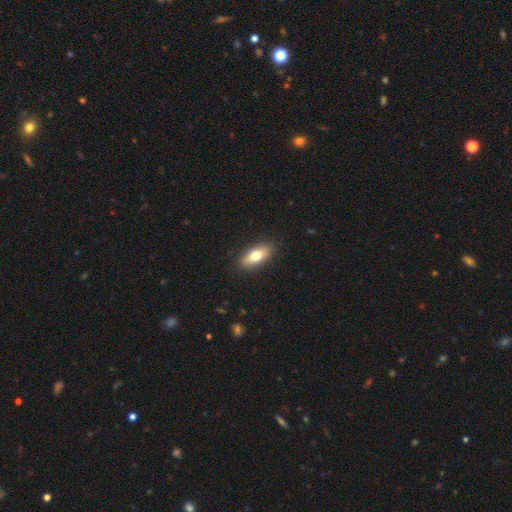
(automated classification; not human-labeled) This is likely a smooth galaxy (73%). How rounded: clearly in between (81%). Merging: clearly none (89%).